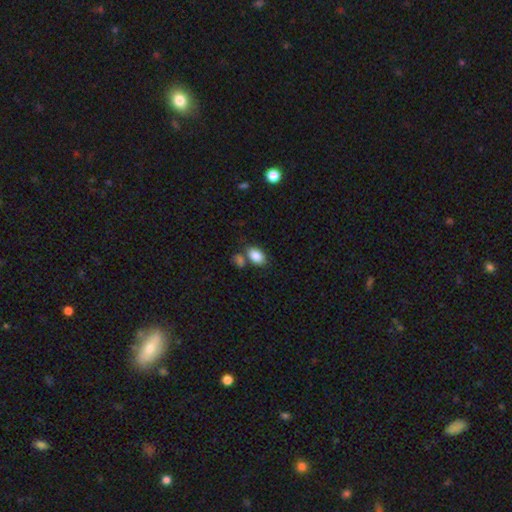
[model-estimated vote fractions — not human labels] The model was most divided on "merging": none: 59%, merger: 24%, minor disturbance: 13%, major disturbance: 4%. More confident: how rounded — in between (89%); smooth or featured — smooth (86%).